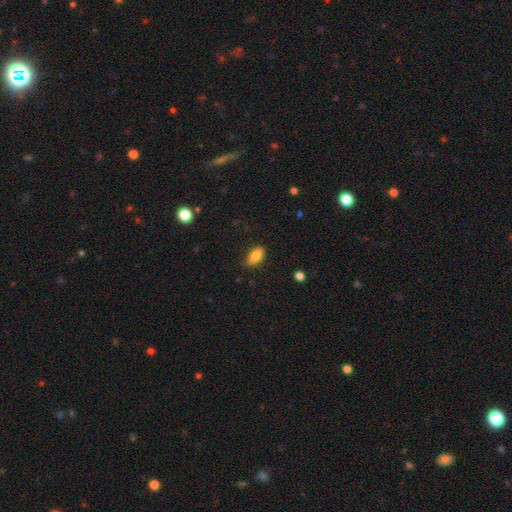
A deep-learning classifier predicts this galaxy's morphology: The model was most divided on "merging": none: 80%, minor disturbance: 16%, major disturbance: 3%, merger: 1%. More confident: how rounded — in between (91%); smooth or featured — smooth (85%).